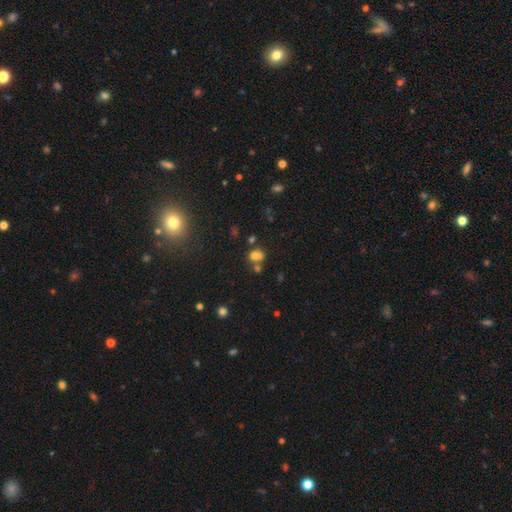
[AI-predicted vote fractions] A smooth galaxy with no disk features (69%) that is round (56%). Merging: none (43%).